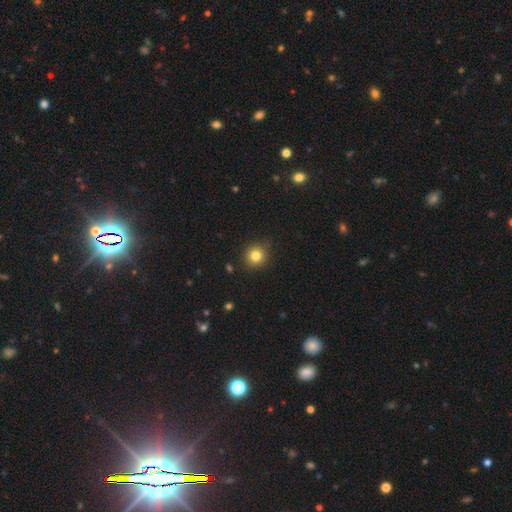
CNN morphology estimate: smooth-or-featured: smooth: 81% | star or artifact: 12% | featured or disk: 7%
  how-rounded: round: 92% | in between: 7% | cigar-shaped: 1%
  merging: none: 88% | minor disturbance: 8% | major disturbance: 2% | merger: 1%